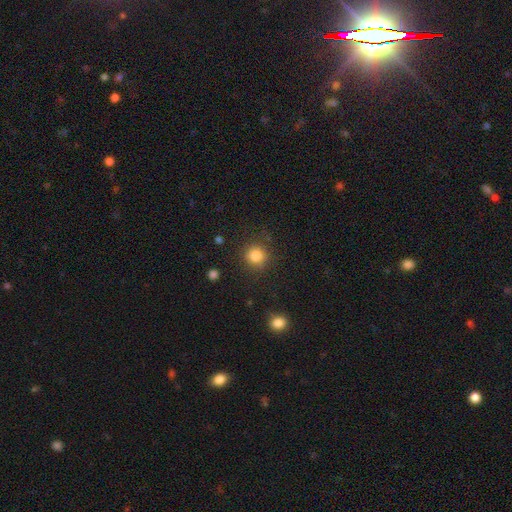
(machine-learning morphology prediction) Smooth or featured? Predicted: smooth (p=0.84). How rounded? Predicted: round (p=0.91). Merging? Predicted: none (p=0.86).